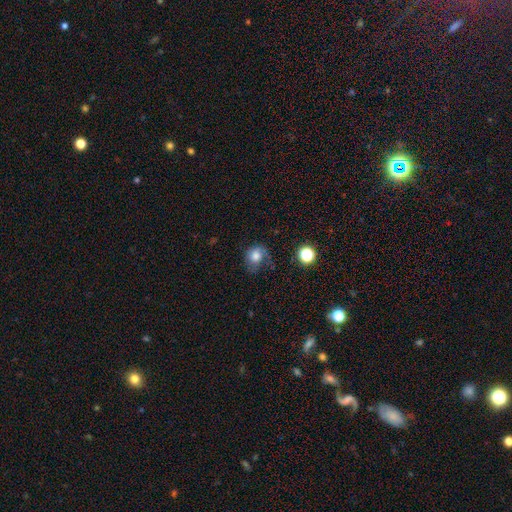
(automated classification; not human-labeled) Smooth or featured?
  - smooth: 69% *
  - featured or disk: 20%
  - star or artifact: 11%
How rounded?
  - round: 61% *
  - in between: 39%
  - cigar-shaped: 1%
Merging?
  - none: 43% *
  - minor disturbance: 30%
  - major disturbance: 25%
  - merger: 3%